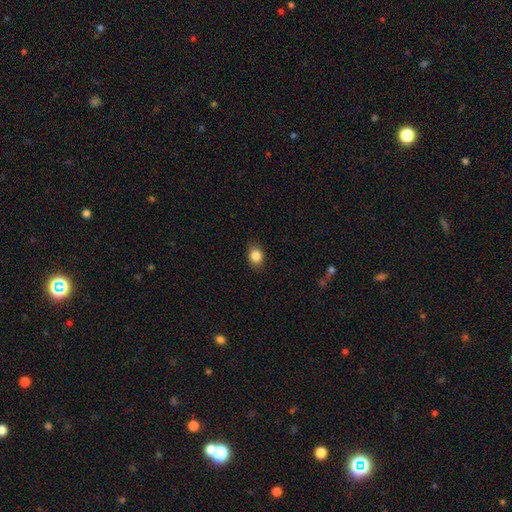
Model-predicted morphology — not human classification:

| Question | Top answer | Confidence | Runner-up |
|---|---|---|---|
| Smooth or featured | smooth | 85% | star or artifact (9%) |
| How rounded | in between | 59% | round (40%) |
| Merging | none | 85% | minor disturbance (11%) |